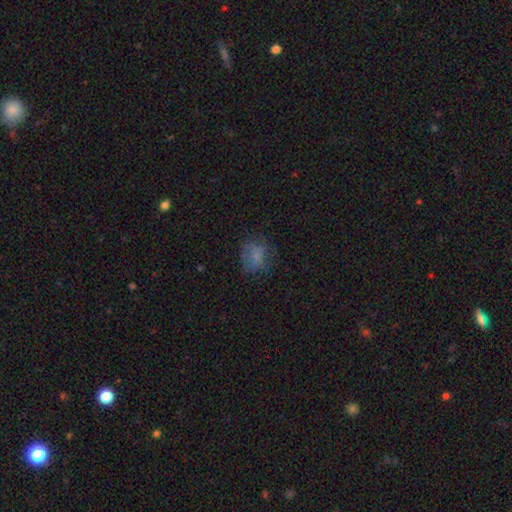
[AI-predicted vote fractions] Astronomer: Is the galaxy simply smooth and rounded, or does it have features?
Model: smooth — 67%.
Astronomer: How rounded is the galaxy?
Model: round — 54% (runner-up: in between, 45%).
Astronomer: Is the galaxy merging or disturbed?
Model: none — 60%.